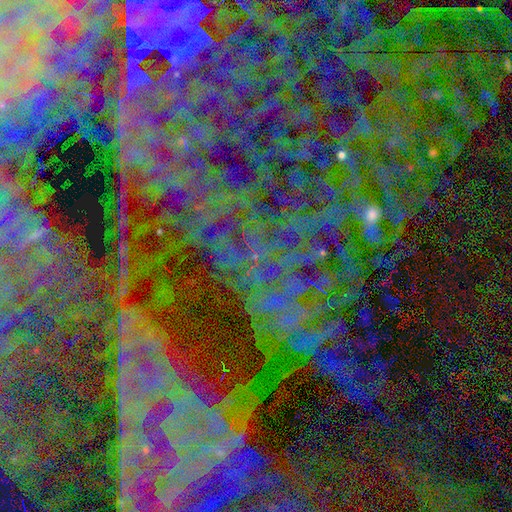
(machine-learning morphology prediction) The model was most divided on "smooth or featured": star or artifact: 85%, featured or disk: 8%, smooth: 7%.